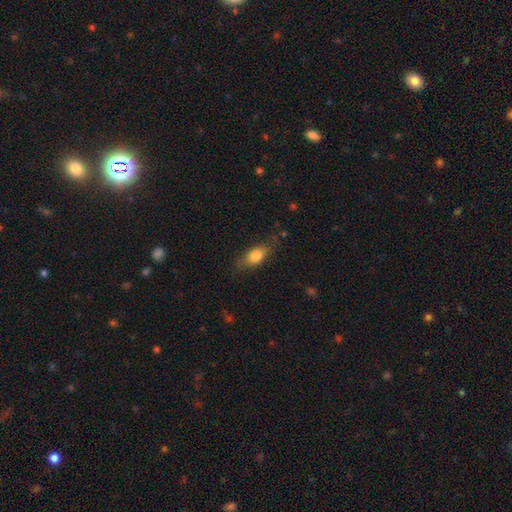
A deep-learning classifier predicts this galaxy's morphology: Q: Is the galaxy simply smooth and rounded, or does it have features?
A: smooth — 76%.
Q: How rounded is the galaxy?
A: in between — 80%.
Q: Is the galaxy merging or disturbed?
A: none — 73%.